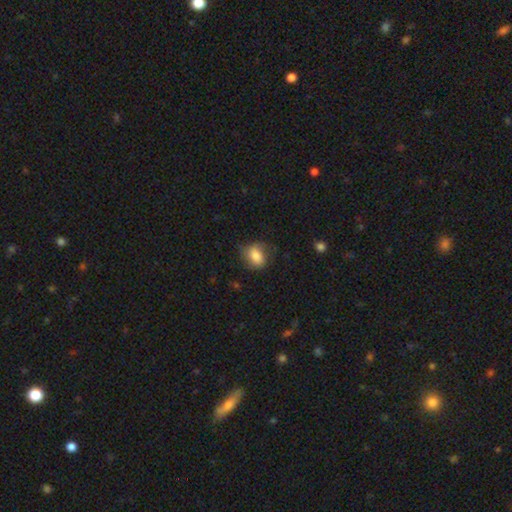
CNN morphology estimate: Smooth or featured?
  - smooth: 79% *
  - featured or disk: 13%
  - star or artifact: 8%
How rounded?
  - in between: 67% *
  - round: 31%
  - cigar-shaped: 2%
Merging?
  - none: 63% *
  - minor disturbance: 26%
  - major disturbance: 10%
  - merger: 1%